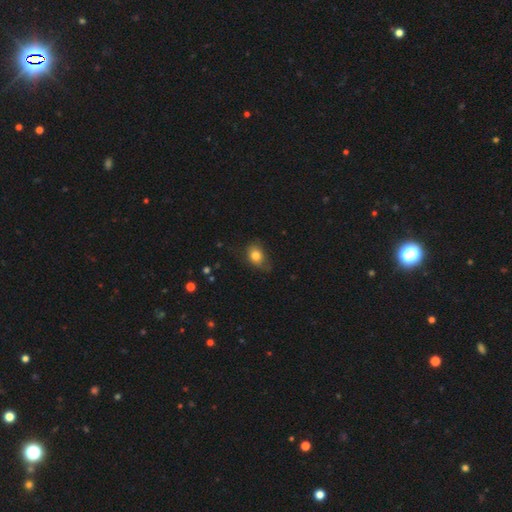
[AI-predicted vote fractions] Q: Smooth or featured?
A: smooth (79%); runner-up: featured or disk (11%)
Q: How rounded?
A: in between (64%); runner-up: round (35%)
Q: Merging?
A: none (59%); runner-up: minor disturbance (30%)